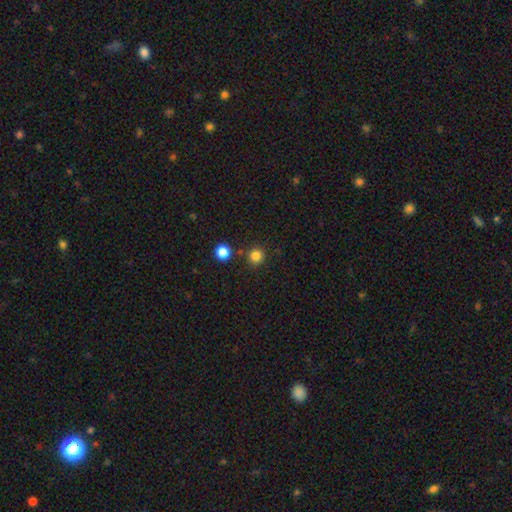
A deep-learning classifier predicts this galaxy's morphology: The model was most divided on "smooth or featured": smooth: 82%, star or artifact: 13%, featured or disk: 4%. More confident: how rounded — round (93%); merging — none (85%).